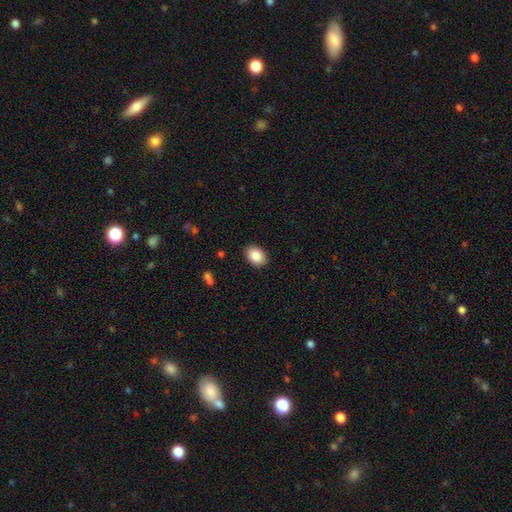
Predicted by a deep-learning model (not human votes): Smooth or featured? Predicted: smooth (p=0.87). How rounded? Predicted: in between (p=0.78). Merging? Predicted: none (p=0.89).